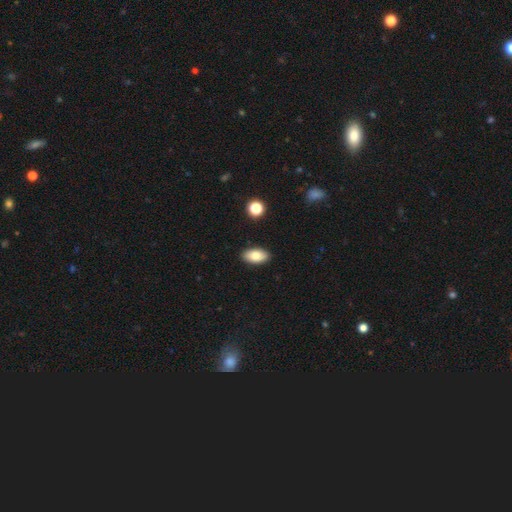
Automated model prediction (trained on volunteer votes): smooth-or-featured: smooth: 81% | featured or disk: 12% | star or artifact: 7%
  how-rounded: in between: 93% | round: 4% | cigar-shaped: 3%
  merging: none: 90% | minor disturbance: 7% | major disturbance: 2% | merger: 1%